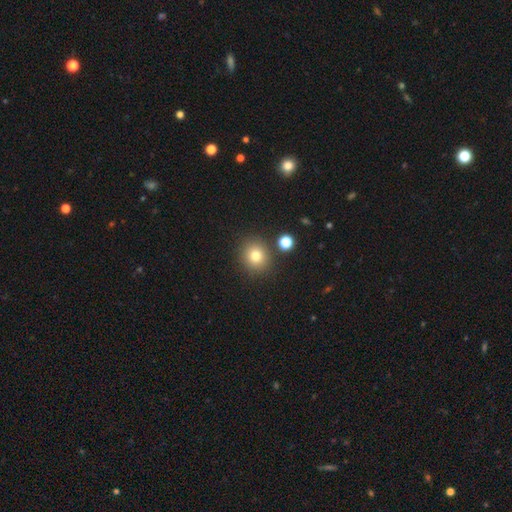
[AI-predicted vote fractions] Q: Smooth or featured?
A: smooth (79%); runner-up: star or artifact (13%)
Q: How rounded?
A: round (86%); runner-up: in between (13%)
Q: Merging?
A: none (84%); runner-up: minor disturbance (8%)